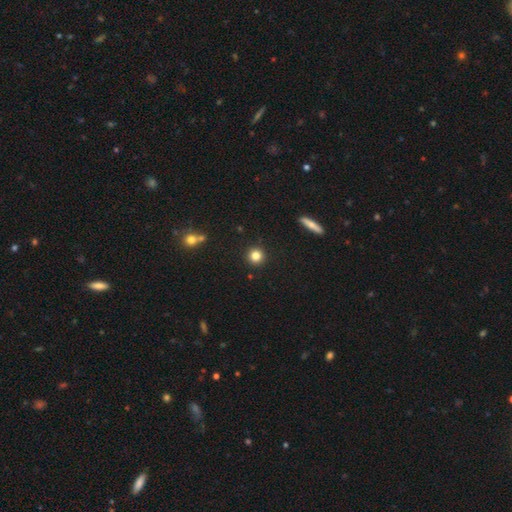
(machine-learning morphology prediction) This is clearly a smooth galaxy (83%). How rounded: clearly round (94%). Merging: clearly none (92%).